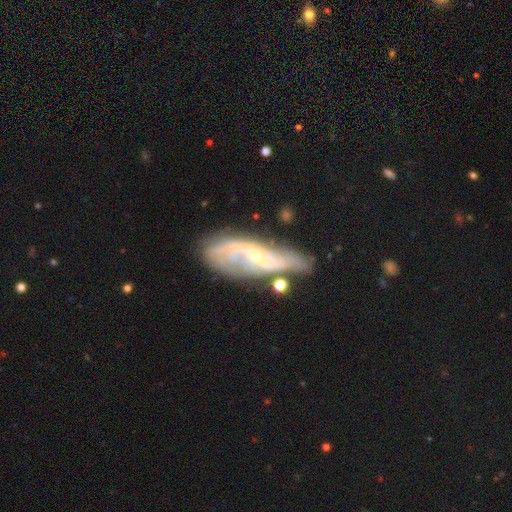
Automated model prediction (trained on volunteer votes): Smooth or featured? featured or disk (73%)
Edge-on disk? no (81%)
Bar? no (53%)
Spiral arms? yes (78%)
Bulge size? small (62%)
Merging? none (58%)